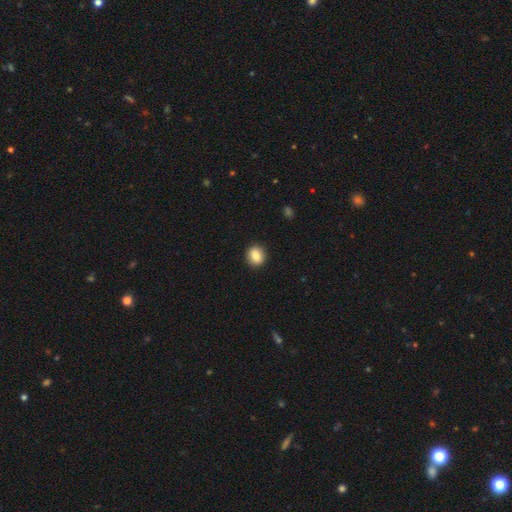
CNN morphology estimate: This is clearly a smooth galaxy (85%). How rounded: likely round (70%). Merging: clearly none (91%).